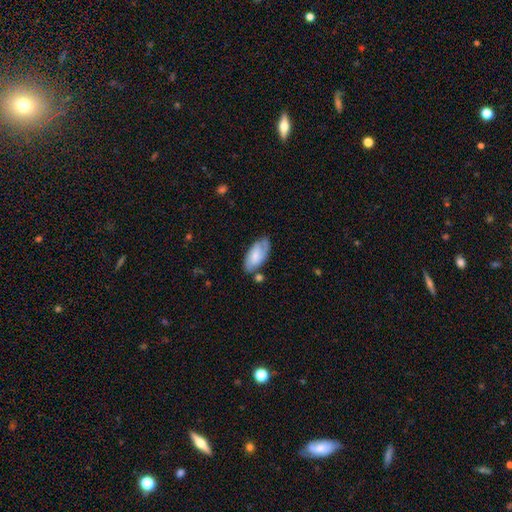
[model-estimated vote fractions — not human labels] The model was most divided on "smooth or featured": smooth: 53%, featured or disk: 41%, star or artifact: 7%. More confident: how rounded — in between (91%); merging — none (62%).